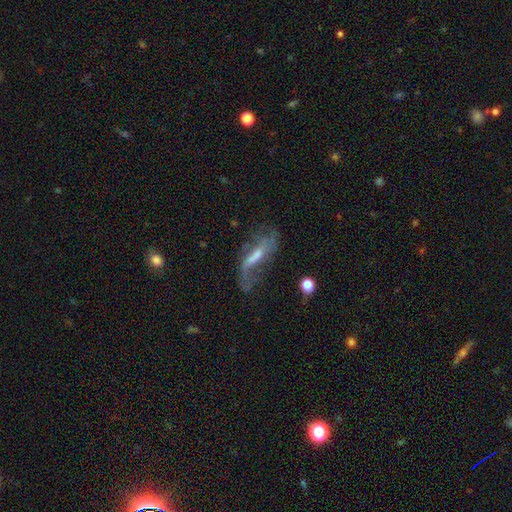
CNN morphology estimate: smooth-or-featured: featured or disk: 68% | smooth: 23% | star or artifact: 9%
  disk-edge-on: no: 80% | yes: 20%
    bar: weak: 42% | strong: 30% | no: 28%
    has-spiral-arms: yes: 77% | no: 23%
    bulge-size: small: 39% | moderate: 35% | none: 19% | large: 5% | dominant: 1%
  merging: none: 43% | major disturbance: 29% | minor disturbance: 23% | merger: 5%